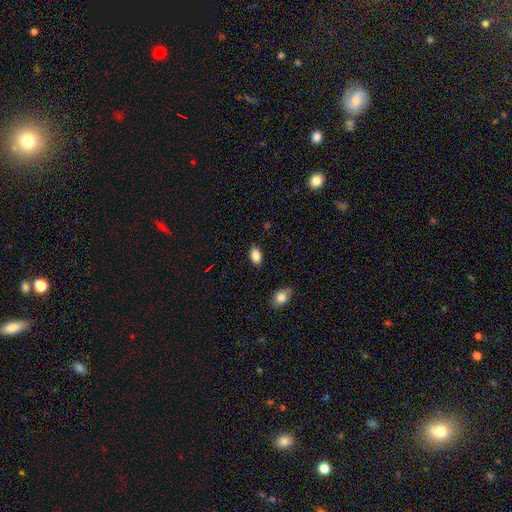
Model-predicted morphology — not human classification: Smooth or featured?
  - smooth: 86% *
  - star or artifact: 8%
  - featured or disk: 6%
How rounded?
  - in between: 89% *
  - round: 8%
  - cigar-shaped: 3%
Merging?
  - none: 87% *
  - minor disturbance: 10%
  - major disturbance: 2%
  - merger: 1%